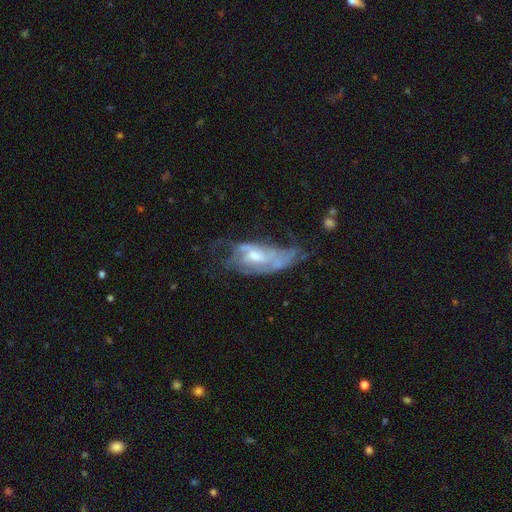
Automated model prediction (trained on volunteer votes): Smooth or featured? Predicted: featured or disk (p=0.71). Edge-on disk? Predicted: no (p=0.91). Bar? Predicted: no (p=0.55). Spiral arms? Predicted: yes (p=0.67). Bulge size? Predicted: moderate (p=0.52). Merging? Predicted: major disturbance (p=0.36).